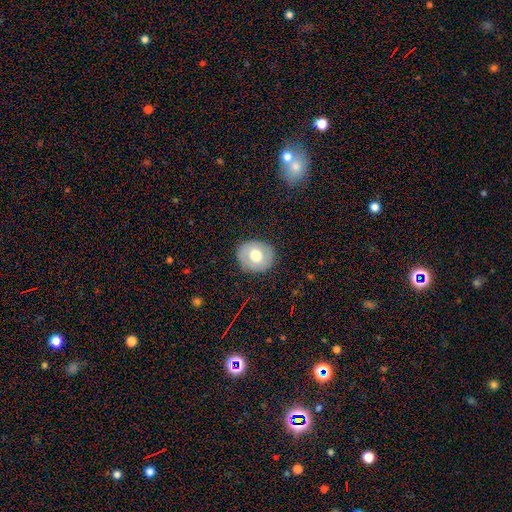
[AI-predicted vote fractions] The model was most divided on "smooth or featured": smooth: 61%, featured or disk: 32%, star or artifact: 7%. More confident: merging — none (86%); how rounded — round (73%).